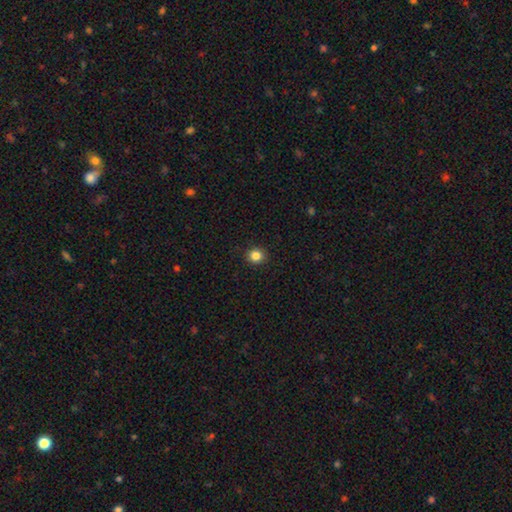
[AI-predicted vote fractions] smooth_or_featured: smooth (p=0.85) [alt: star or artifact p=0.11]
how_rounded: round (p=0.85) [alt: in between p=0.14]
merging: none (p=0.92) [alt: minor disturbance p=0.05]